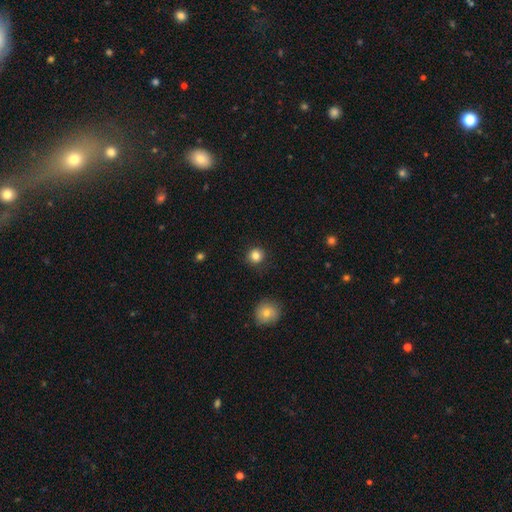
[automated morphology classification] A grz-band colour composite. It shows a smooth galaxy with no disk features (84%) that is round (92%). Merging: none (90%).